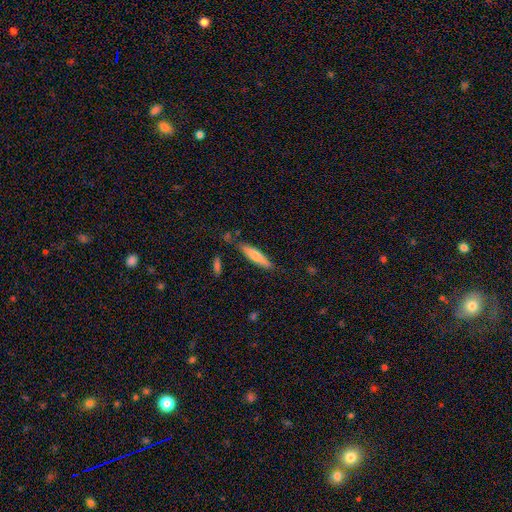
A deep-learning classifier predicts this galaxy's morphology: This is likely a smooth galaxy (72%). How rounded: clearly cigar-shaped (80%). Merging: likely none (79%).